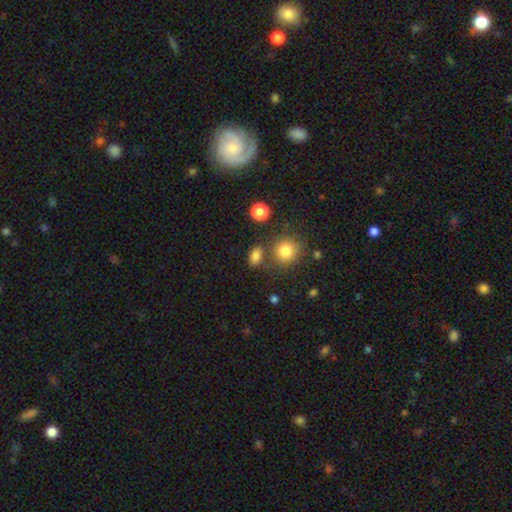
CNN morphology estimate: Smooth or featured? smooth (80%)
How rounded? in between (71%)
Merging? none (70%)